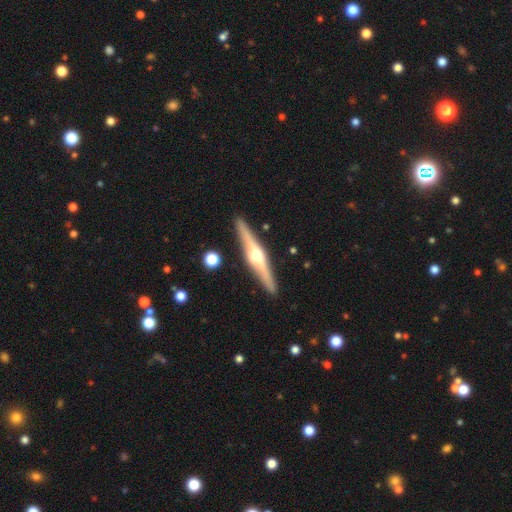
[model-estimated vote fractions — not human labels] Smooth or featured? featured or disk (76%)
Edge-on disk? yes (97%)
Edge-on bulge? rounded (95%)
Merging? none (90%)